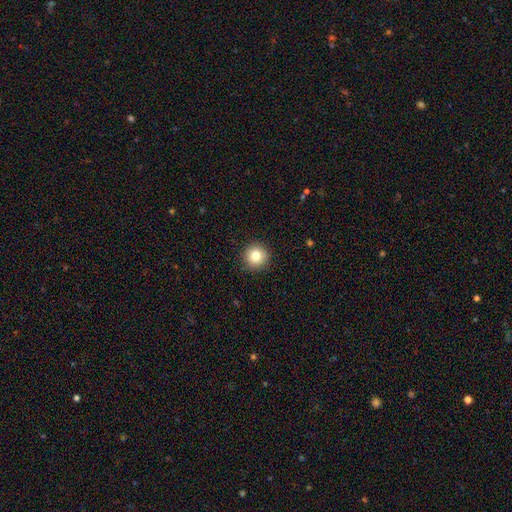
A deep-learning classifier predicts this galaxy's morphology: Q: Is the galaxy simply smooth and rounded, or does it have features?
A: smooth — 82%.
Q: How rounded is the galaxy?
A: round — 95%.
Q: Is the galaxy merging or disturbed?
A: none — 92%.